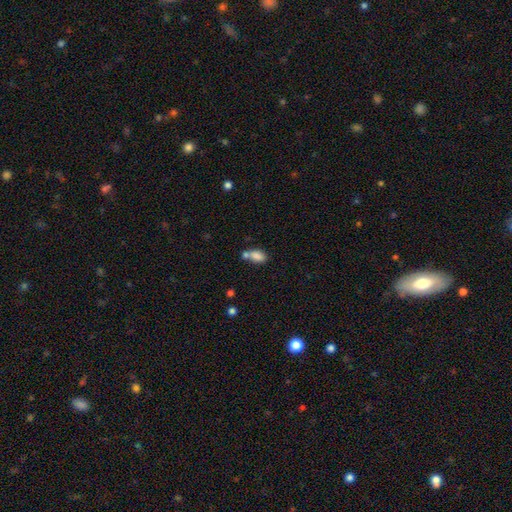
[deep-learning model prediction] Smooth or featured?
  - smooth: 82% *
  - star or artifact: 10%
  - featured or disk: 9%
How rounded?
  - in between: 87% *
  - round: 10%
  - cigar-shaped: 3%
Merging?
  - merger: 44% *
  - none: 38%
  - minor disturbance: 13%
  - major disturbance: 5%